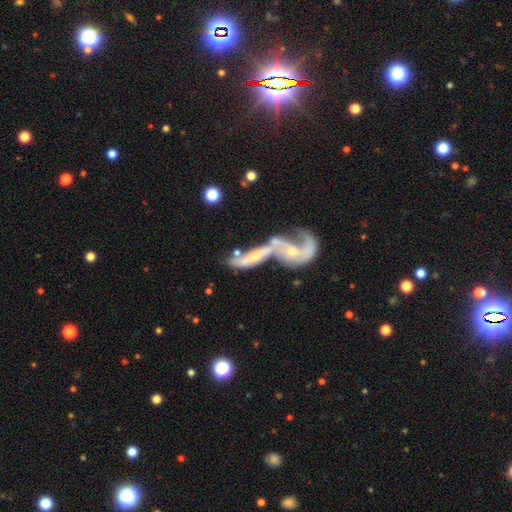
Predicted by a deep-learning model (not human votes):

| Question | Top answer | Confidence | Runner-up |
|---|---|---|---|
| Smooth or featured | featured or disk | 71% | smooth (18%) |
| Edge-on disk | no | 84% | yes (16%) |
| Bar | no | 63% | weak (26%) |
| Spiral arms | yes | 72% | no (28%) |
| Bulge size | small | 54% | moderate (29%) |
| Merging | merger | 72% | none (13%) |